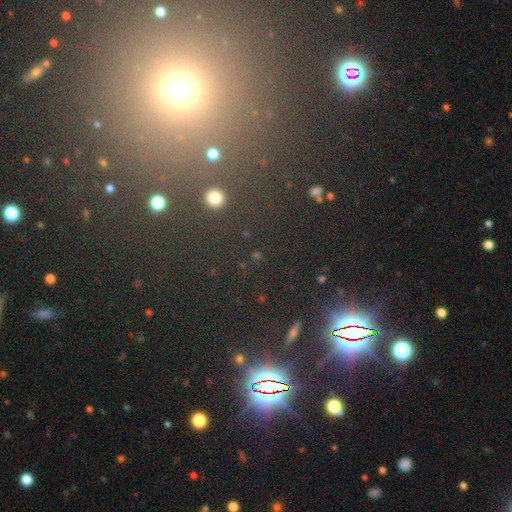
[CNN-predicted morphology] smooth_or_featured: star or artifact (p=0.66) [alt: smooth p=0.26]